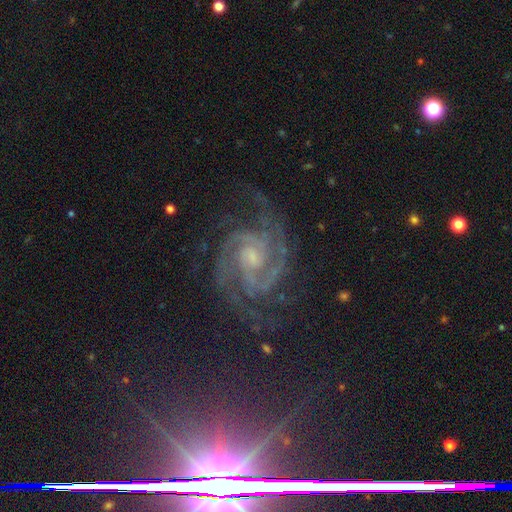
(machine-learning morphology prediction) This is clearly a featured or disk galaxy (86%). It is clearly not viewed edge-on (98%). Bar: possibly no (50%). Spiral arm pattern: clearly yes (99%). Spiral arm count: possibly 2 (52%). Spiral winding: possibly tight (54%). Central bulge: possibly small (57%). Merging: likely none (75%).